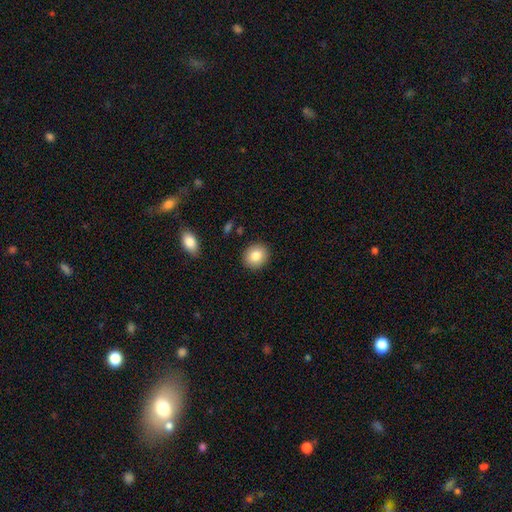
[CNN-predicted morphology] Smooth or featured? smooth (83%)
How rounded? round (78%)
Merging? none (90%)